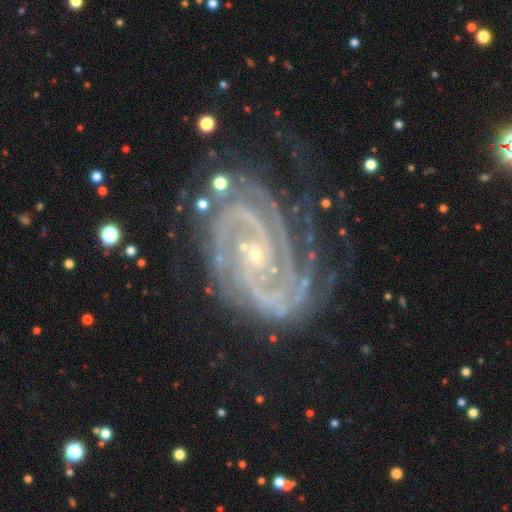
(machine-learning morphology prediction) This appears to be a featured or disk galaxy (92%) with no bar (60%), 2 (38%) tight (73%) spiral arms (99%) and a small central bulge (82%). Merging: none (66%).